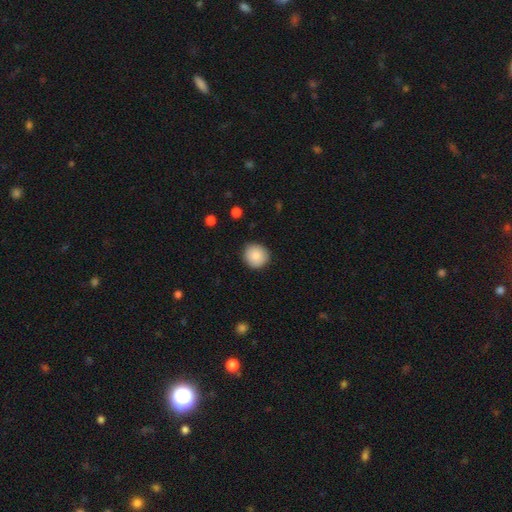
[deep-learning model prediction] Smooth or featured? Predicted: smooth (p=0.88). How rounded? Predicted: round (p=0.93). Merging? Predicted: none (p=0.89).